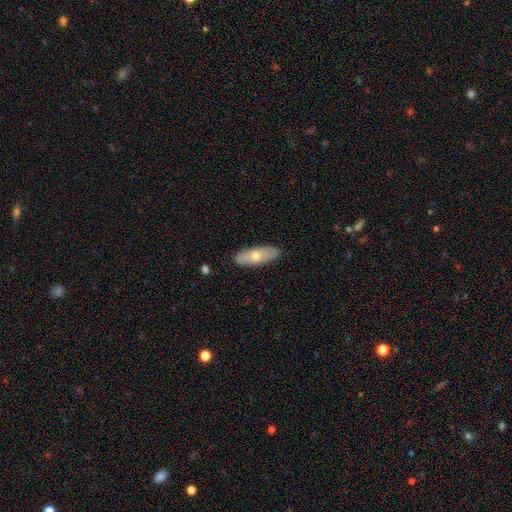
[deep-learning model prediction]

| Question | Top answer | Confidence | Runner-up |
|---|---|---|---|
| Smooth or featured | smooth | 57% | featured or disk (37%) |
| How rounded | in between | 73% | cigar-shaped (24%) |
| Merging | none | 87% | minor disturbance (10%) |